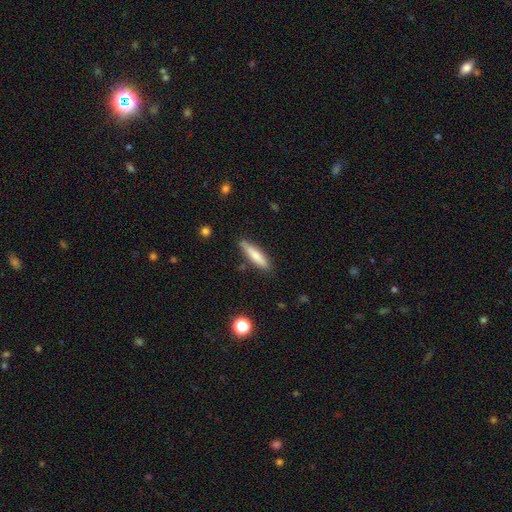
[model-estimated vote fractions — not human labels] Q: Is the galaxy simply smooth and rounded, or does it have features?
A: smooth — 71%.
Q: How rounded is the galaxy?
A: cigar-shaped — 80%.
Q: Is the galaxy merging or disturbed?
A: none — 84%.